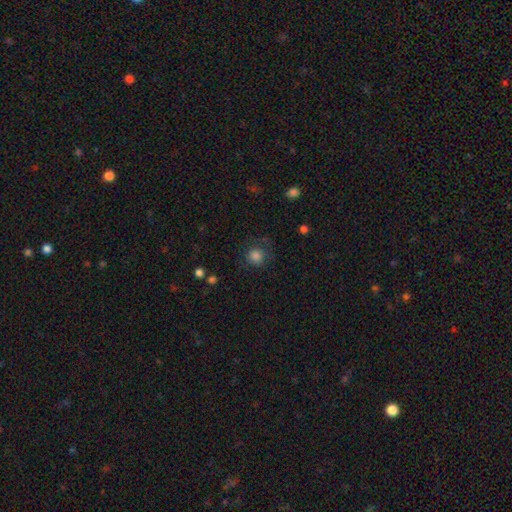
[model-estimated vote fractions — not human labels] The model was most divided on "merging": none: 74%, minor disturbance: 16%, major disturbance: 9%, merger: 2%. More confident: how rounded — round (90%); smooth or featured — smooth (83%).